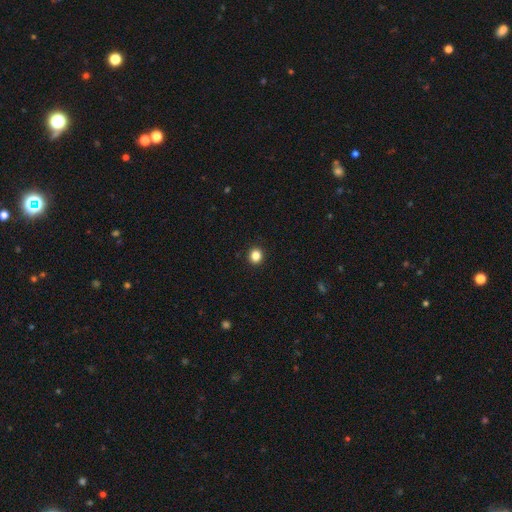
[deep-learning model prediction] smooth 84%, star or artifact 12%, featured or disk 4%. Down the decision tree: how rounded — round (92%); merging — none (94%).